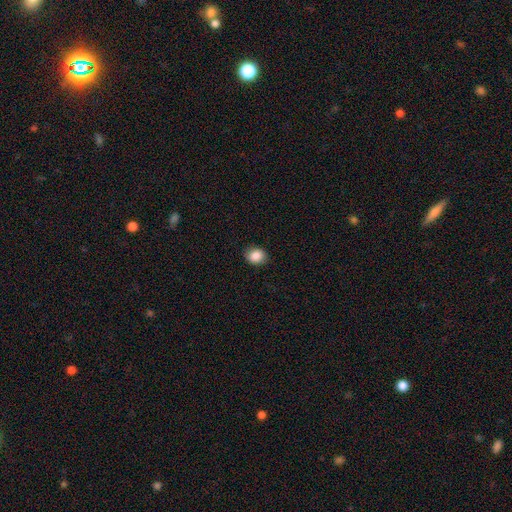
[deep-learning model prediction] smooth-or-featured: smooth: 87% | star or artifact: 9% | featured or disk: 5%
  how-rounded: round: 56% | in between: 43% | cigar-shaped: 1%
  merging: none: 86% | minor disturbance: 11% | major disturbance: 2% | merger: 1%